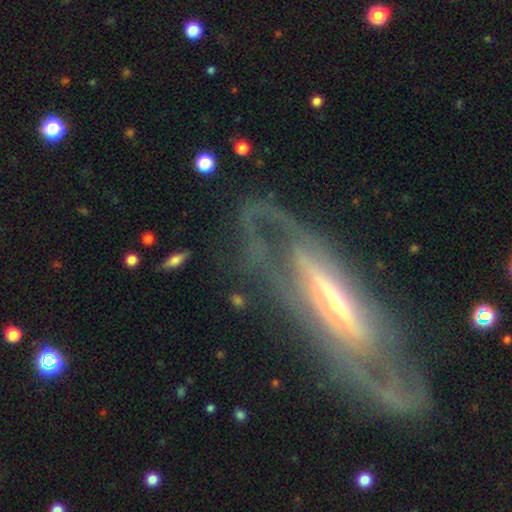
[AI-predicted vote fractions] Q: Smooth or featured?
A: featured or disk (78%); runner-up: smooth (14%)
Q: Edge-on disk?
A: no (59%); runner-up: yes (41%)
Q: Merging?
A: none (52%); runner-up: major disturbance (27%)